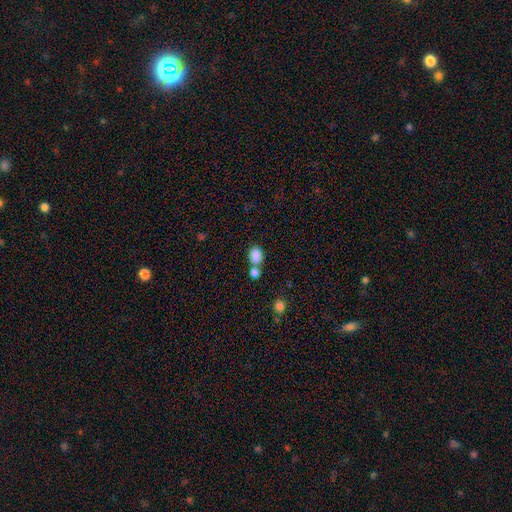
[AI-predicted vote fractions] A smooth galaxy with no disk features (85%) that is in between round and cigar-shaped (65%).

Vote fractions:
- Smooth or featured? smooth: 85% / star or artifact: 10% / featured or disk: 5%
- How rounded? in between: 65% / round: 34% / cigar-shaped: 1%
- Merging? none: 53% / merger: 31% / minor disturbance: 11% / major disturbance: 4%